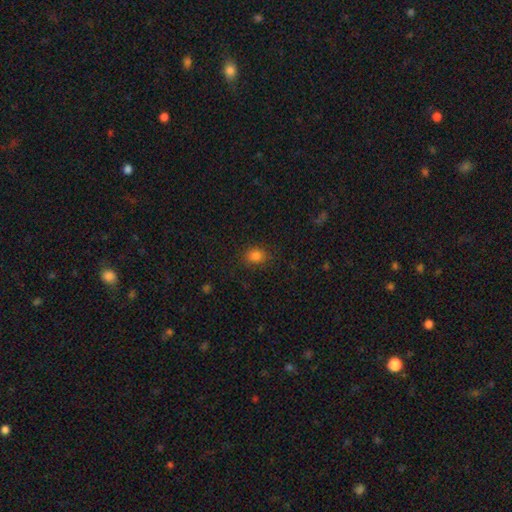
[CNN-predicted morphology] A smooth galaxy with no disk features (82%) that is round (54%). Merging: none (82%).